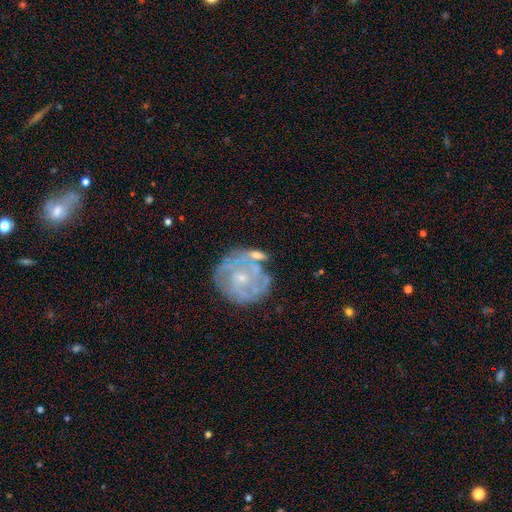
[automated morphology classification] Smooth or featured: featured or disk — 71% (smooth — 21%)
Edge-on disk: no — 98% (yes — 2%)
Bar: no — 75% (weak — 21%)
Spiral arms: yes — 67% (no — 33%)
Bulge size: small — 75% (moderate — 17%)
Merging: none — 60% (minor disturbance — 19%)